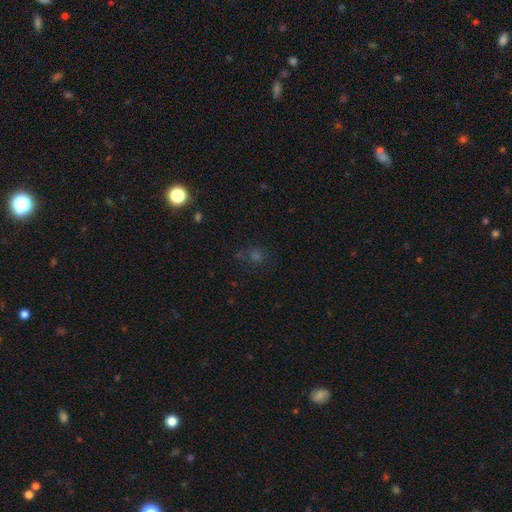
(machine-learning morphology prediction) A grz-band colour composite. It shows a smooth galaxy with no disk features (45%). Merging: none (73%).